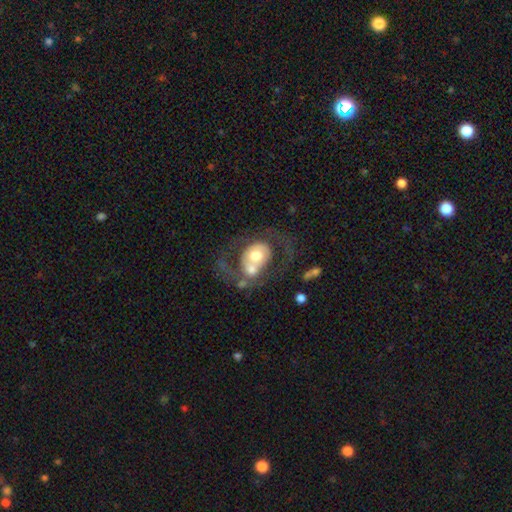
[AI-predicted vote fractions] This appears to be a featured or disk galaxy (57%) with no bar (79%), no spiral arms (54%) and a moderate central bulge (62%). Merging: merger (34%).